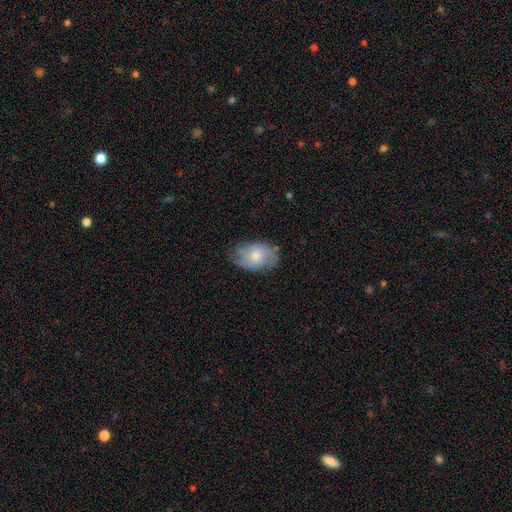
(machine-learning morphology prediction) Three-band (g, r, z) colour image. It shows a featured or disk galaxy (47%). Merging: none (64%).